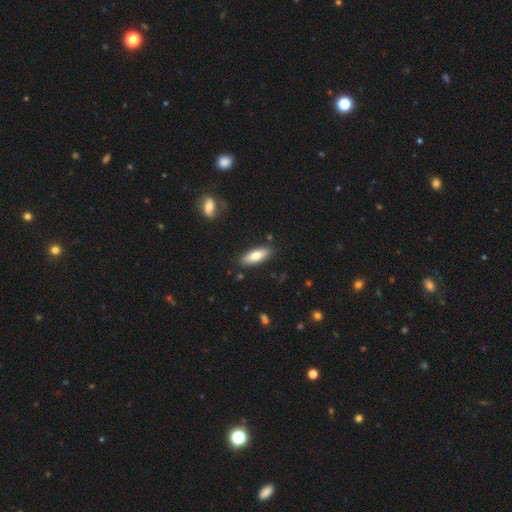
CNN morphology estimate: This is likely a smooth galaxy (76%). How rounded: likely in between (64%). Merging: clearly none (86%).